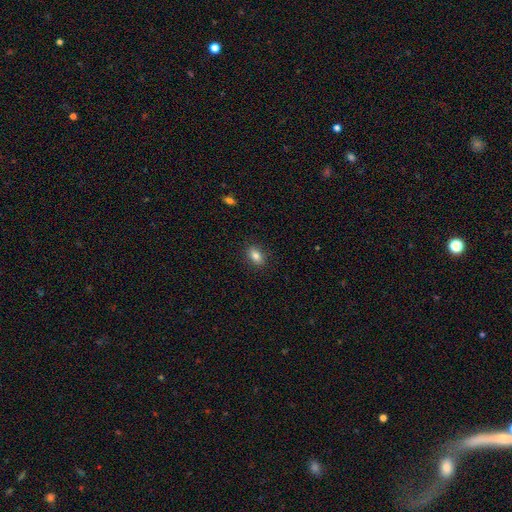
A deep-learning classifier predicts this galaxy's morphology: A smooth galaxy with no disk features (82%) that is in between round and cigar-shaped (84%).

Vote fractions:
- Smooth or featured? smooth: 82% / star or artifact: 9% / featured or disk: 9%
- How rounded? in between: 84% / round: 13% / cigar-shaped: 3%
- Merging? none: 88% / minor disturbance: 9% / major disturbance: 2% / merger: 1%